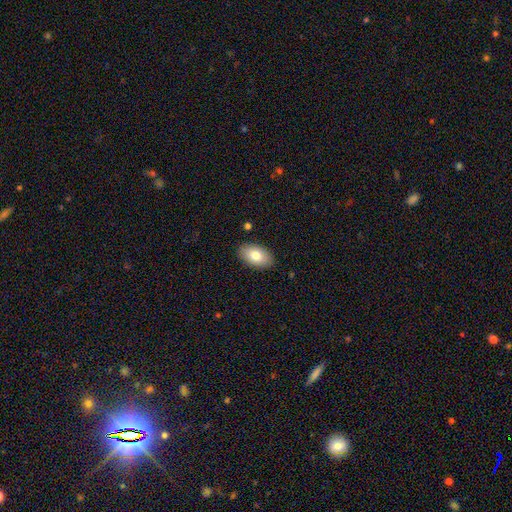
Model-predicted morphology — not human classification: The model was most divided on "smooth or featured": smooth: 79%, featured or disk: 14%, star or artifact: 7%. More confident: how rounded — in between (93%); merging — none (88%).